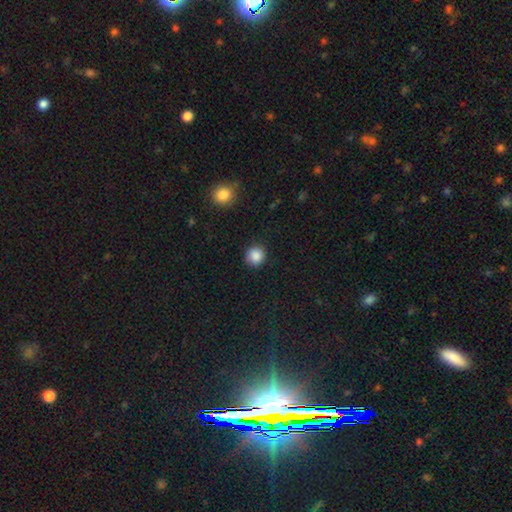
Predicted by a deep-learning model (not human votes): The model was most divided on "smooth or featured": smooth: 87%, star or artifact: 10%, featured or disk: 3%. More confident: how rounded — round (89%); merging — none (88%).